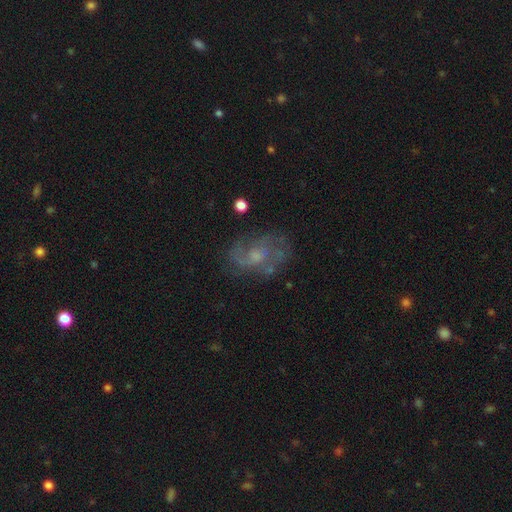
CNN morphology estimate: Smooth or featured: featured or disk — 71% (smooth — 19%)
Edge-on disk: no — 97% (yes — 3%)
Bar: no — 65% (weak — 31%)
Spiral arms: yes — 81% (no — 19%)
Spiral winding: medium — 45% (loose — 33%)
Spiral arm count: 2 — 47% (can't tell — 28%)
Bulge size: small — 43% (moderate — 38%)
Merging: none — 63% (minor disturbance — 20%)